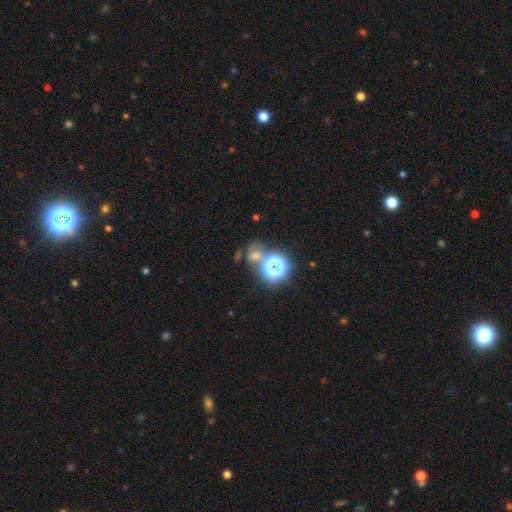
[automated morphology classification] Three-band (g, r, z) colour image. It shows a star or artifact, not a galaxy (50%).